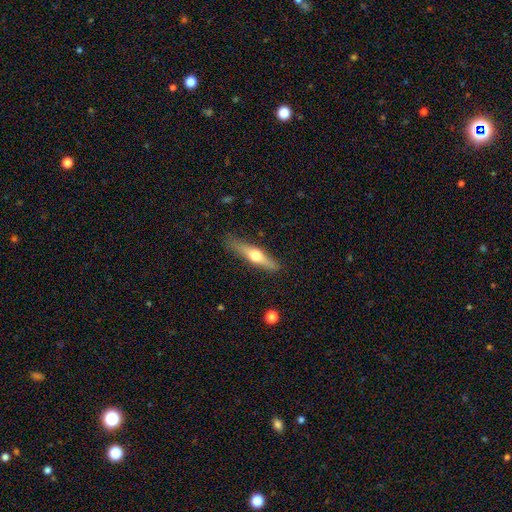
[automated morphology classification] Smooth or featured? featured or disk (56%)
Edge-on disk? yes (94%)
Edge-on bulge? rounded (94%)
Merging? none (84%)